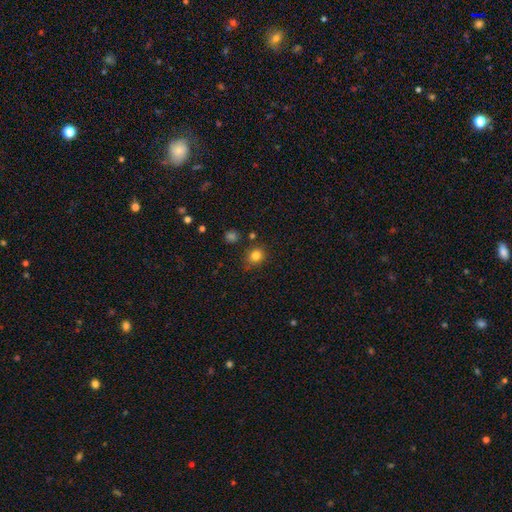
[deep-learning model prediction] Morphology: type=smooth (82%); roundness=round (79%); merging=none (79%).